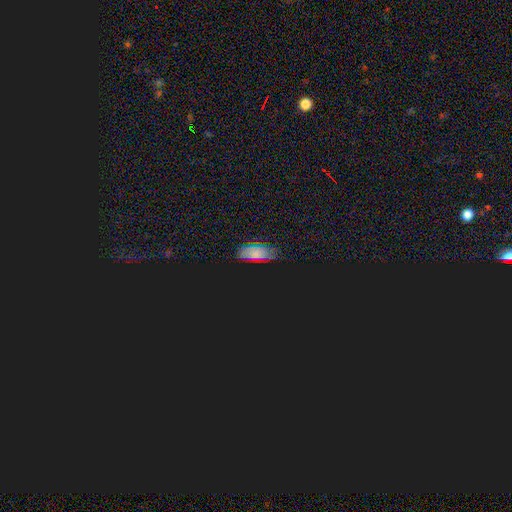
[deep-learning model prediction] This is marginally a star or artifact rather than a galaxy (44%).